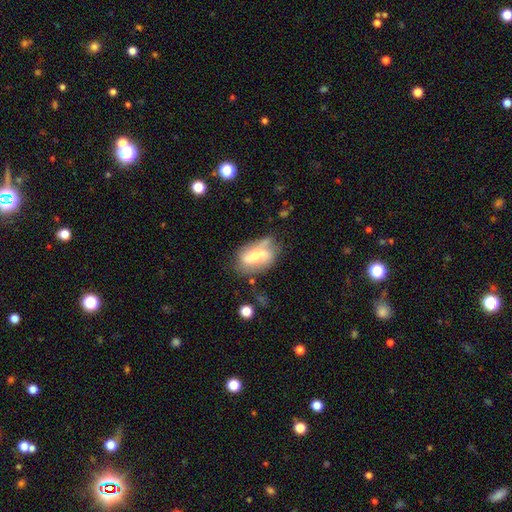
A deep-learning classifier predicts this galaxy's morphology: This appears to be a featured or disk galaxy (54%). Merging: none (52%).